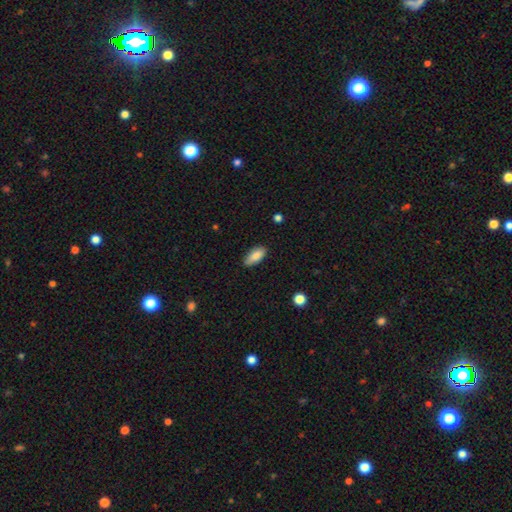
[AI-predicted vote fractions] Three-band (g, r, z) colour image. It shows a smooth galaxy with no disk features (87%) that is in between round and cigar-shaped (87%). Merging: none (83%).